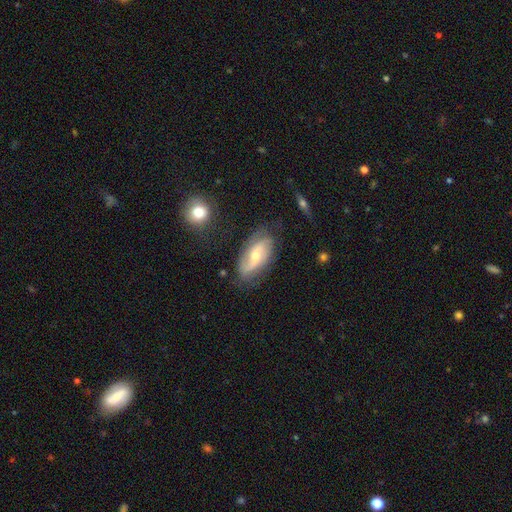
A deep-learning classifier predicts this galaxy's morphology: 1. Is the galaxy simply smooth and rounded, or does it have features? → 74% featured or disk, 20% smooth, 6% star or artifact.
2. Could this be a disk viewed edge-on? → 92% no, 8% yes.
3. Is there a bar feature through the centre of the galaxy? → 44% no, 40% weak, 16% strong.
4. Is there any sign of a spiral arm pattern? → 92% yes, 8% no.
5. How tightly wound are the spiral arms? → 47% loose, 36% medium, 18% tight.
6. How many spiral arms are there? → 82% 2, 9% can't tell, 4% 1, 3% 3, 1% 4, 1% more than 4.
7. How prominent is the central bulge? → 53% moderate, 42% small, 3% large, 1% none, 1% dominant.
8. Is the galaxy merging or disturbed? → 73% none, 19% minor disturbance, 6% major disturbance, 2% merger.